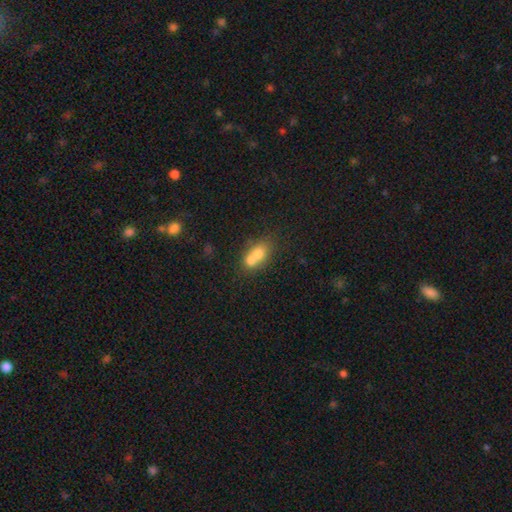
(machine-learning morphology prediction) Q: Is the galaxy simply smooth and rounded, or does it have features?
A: smooth — 68%.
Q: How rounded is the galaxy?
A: in between — 57%.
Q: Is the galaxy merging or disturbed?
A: merger — 65%.